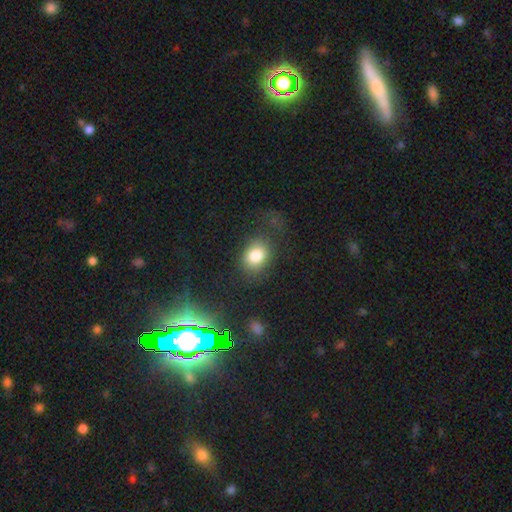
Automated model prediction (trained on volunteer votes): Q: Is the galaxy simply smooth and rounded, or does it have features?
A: smooth — 82%.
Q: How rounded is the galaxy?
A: in between — 53%.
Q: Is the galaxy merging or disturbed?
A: none — 69%.